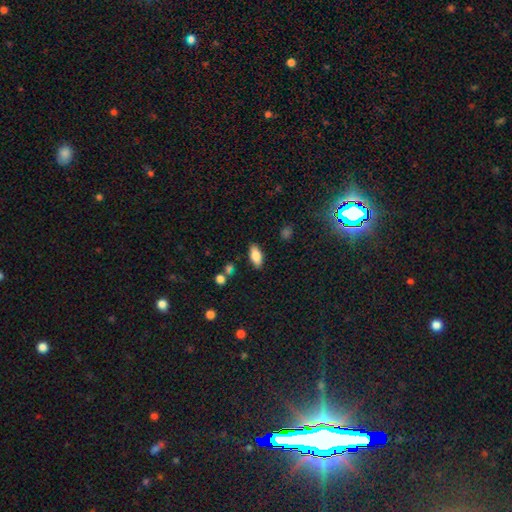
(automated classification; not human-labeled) smooth_or_featured: smooth (p=0.81) [alt: featured or disk p=0.12]
how_rounded: in between (p=0.86) [alt: cigar-shaped p=0.11]
merging: none (p=0.85) [alt: minor disturbance p=0.10]